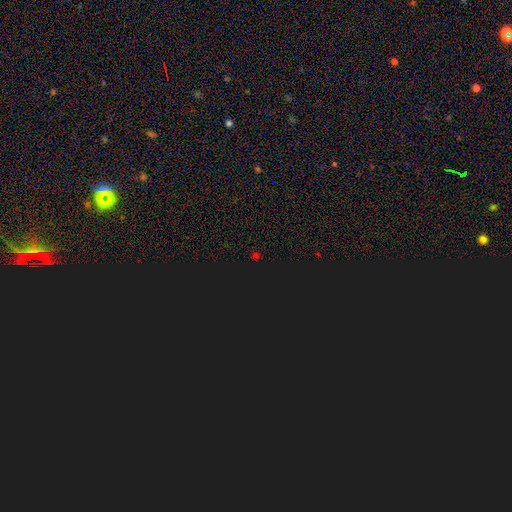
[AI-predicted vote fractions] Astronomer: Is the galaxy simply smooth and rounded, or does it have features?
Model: star or artifact — 70%.